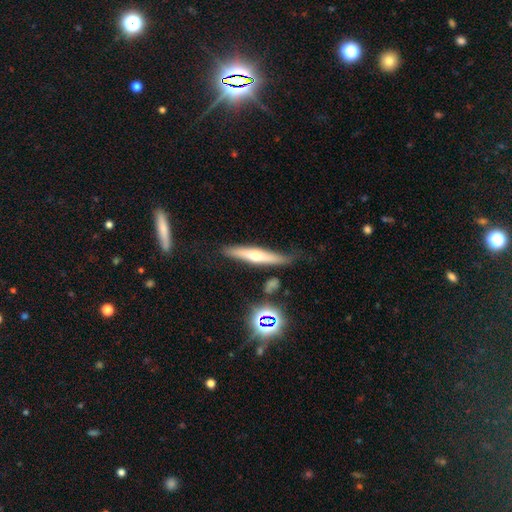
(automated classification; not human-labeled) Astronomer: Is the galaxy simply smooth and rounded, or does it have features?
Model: featured or disk — 52% (runner-up: smooth, 39%).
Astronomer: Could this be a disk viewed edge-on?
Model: yes — 91%.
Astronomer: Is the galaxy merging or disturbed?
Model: none — 77%.